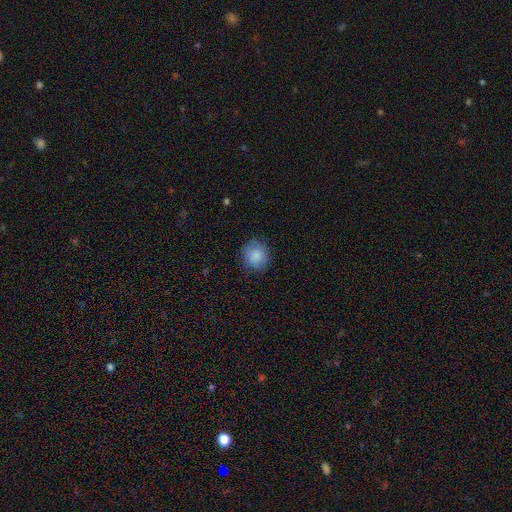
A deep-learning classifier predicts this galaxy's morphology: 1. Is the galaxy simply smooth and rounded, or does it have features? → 84% smooth, 8% featured or disk, 8% star or artifact.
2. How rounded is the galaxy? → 83% round, 16% in between, 1% cigar-shaped.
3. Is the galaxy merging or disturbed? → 79% none, 16% minor disturbance, 4% major disturbance, 1% merger.